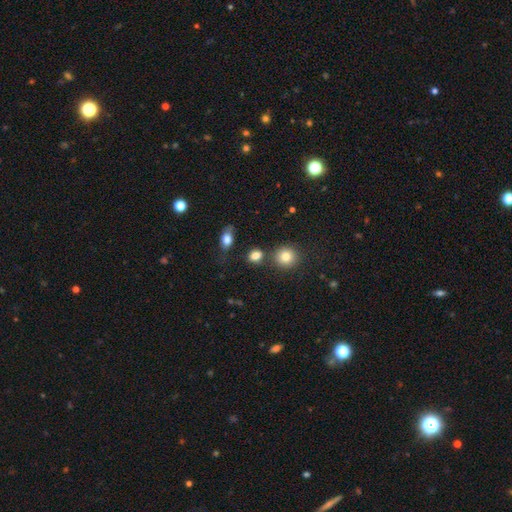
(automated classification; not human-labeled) Smooth or featured: smooth — 82% (star or artifact — 12%)
How rounded: round — 51% (in between — 47%)
Merging: none — 72% (merger — 12%)